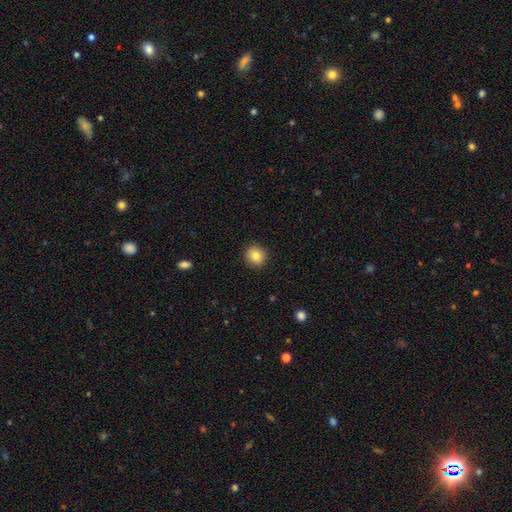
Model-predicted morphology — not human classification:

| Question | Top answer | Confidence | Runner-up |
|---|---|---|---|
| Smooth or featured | smooth | 82% | star or artifact (10%) |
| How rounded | round | 91% | in between (8%) |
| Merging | none | 92% | minor disturbance (6%) |